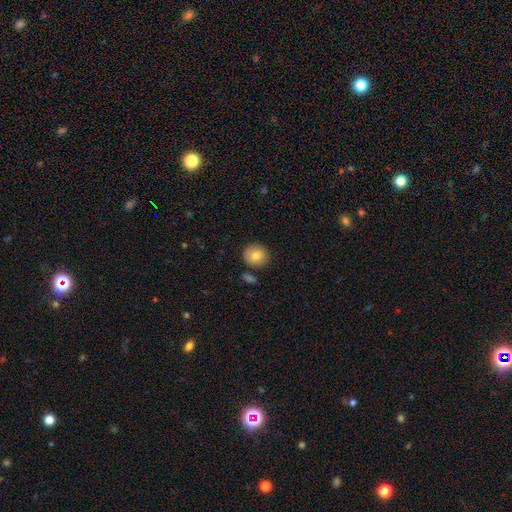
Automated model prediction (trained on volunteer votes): smooth_or_featured: smooth (p=0.80) [alt: featured or disk p=0.11]
how_rounded: round (p=0.91) [alt: in between p=0.08]
merging: none (p=0.82) [alt: minor disturbance p=0.10]